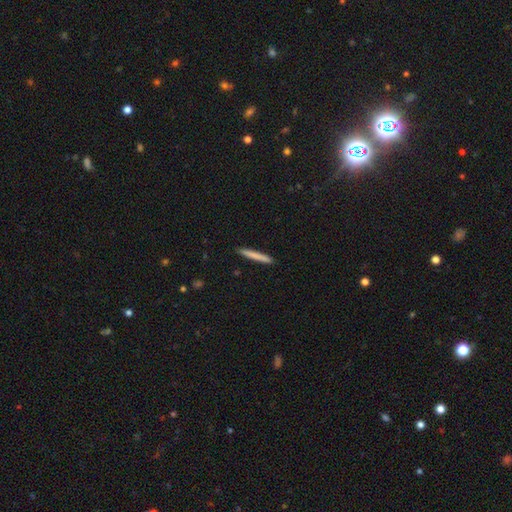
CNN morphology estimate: Smooth or featured? Predicted: smooth (p=0.78). How rounded? Predicted: cigar-shaped (p=0.96). Merging? Predicted: none (p=0.92).